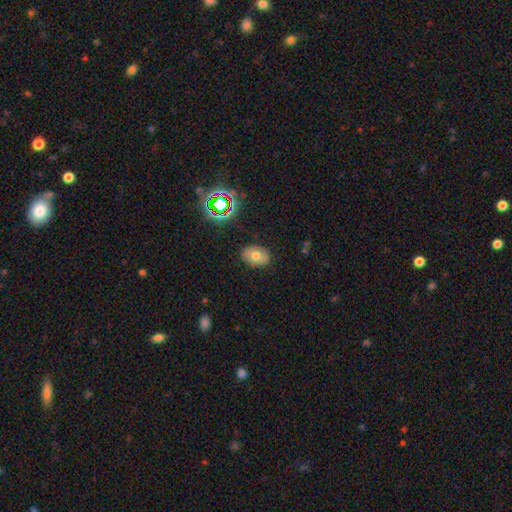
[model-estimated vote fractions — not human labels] A smooth galaxy with no disk features (66%) that is in between round and cigar-shaped (77%). Merging: none (84%).